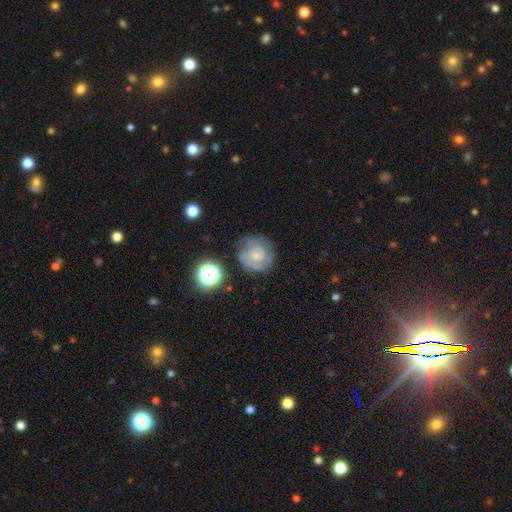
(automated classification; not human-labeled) A featured or disk galaxy (46%). Merging: none (61%).